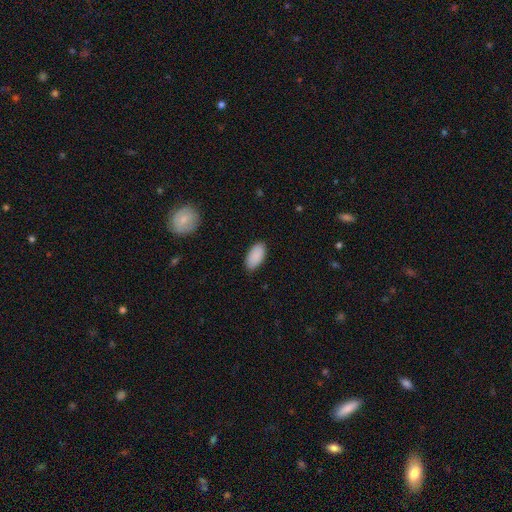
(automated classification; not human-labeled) smooth_or_featured: smooth (p=0.90) [alt: star or artifact p=0.06]
how_rounded: in between (p=0.95) [alt: cigar-shaped p=0.03]
merging: none (p=0.87) [alt: minor disturbance p=0.10]